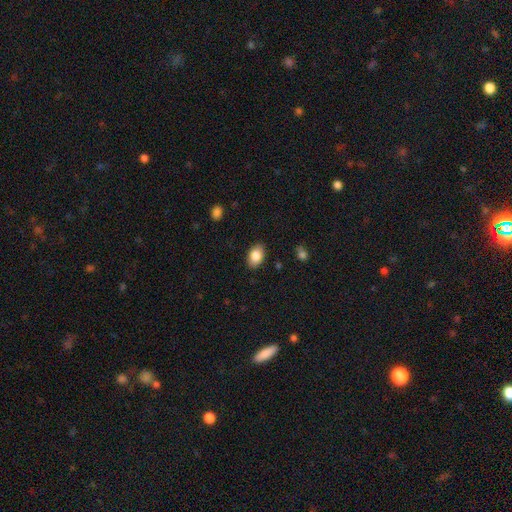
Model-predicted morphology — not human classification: type=smooth (84%); roundness=in between (86%); merging=none (87%).